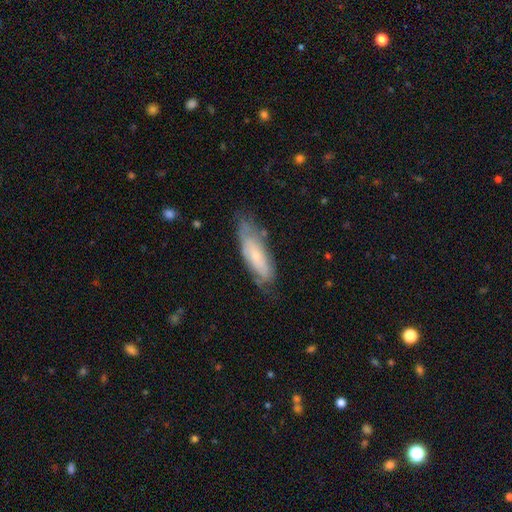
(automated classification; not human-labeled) Smooth or featured: featured or disk — 47% (smooth — 46%)
Merging: none — 59% (minor disturbance — 28%)